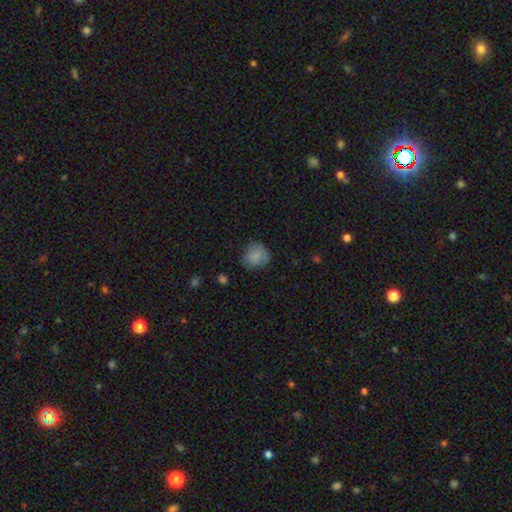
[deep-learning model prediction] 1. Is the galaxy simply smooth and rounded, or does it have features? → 82% smooth, 9% star or artifact, 8% featured or disk.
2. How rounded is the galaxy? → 75% round, 24% in between, 1% cigar-shaped.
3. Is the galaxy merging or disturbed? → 68% none, 24% minor disturbance, 6% major disturbance, 1% merger.